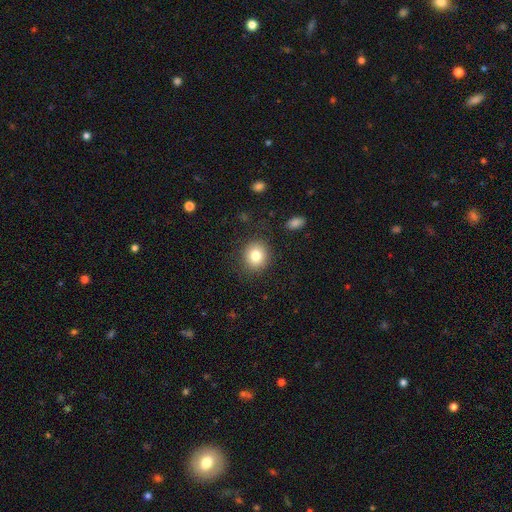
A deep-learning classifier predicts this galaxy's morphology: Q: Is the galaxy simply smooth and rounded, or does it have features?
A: smooth — 81%.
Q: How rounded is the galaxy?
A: round — 80%.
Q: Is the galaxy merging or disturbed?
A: none — 86%.